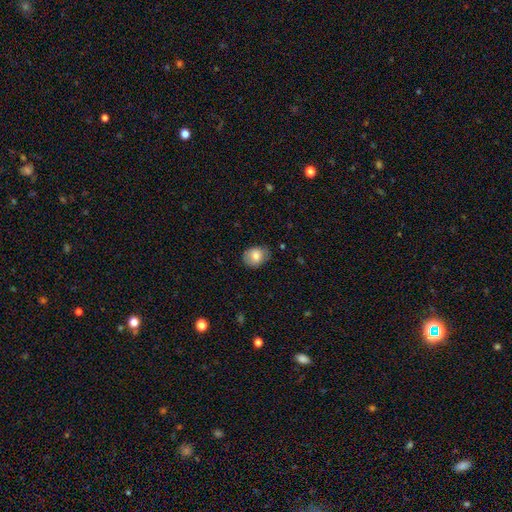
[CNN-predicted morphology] A smooth galaxy with no disk features (78%) that is in between round and cigar-shaped (55%). Merging: none (74%).